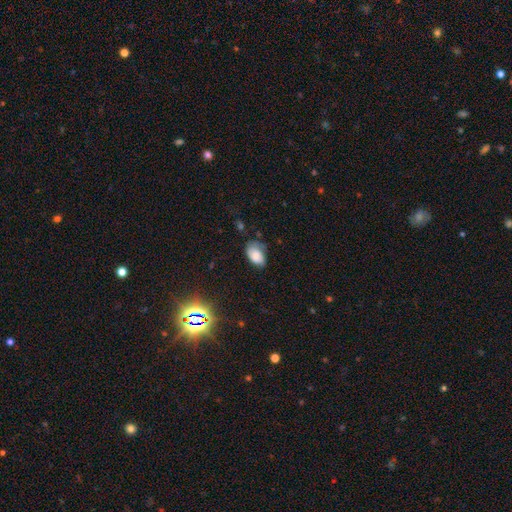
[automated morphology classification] This appears to be a smooth galaxy with no disk features (77%) that is in between round and cigar-shaped (92%). Merging: none (52%).